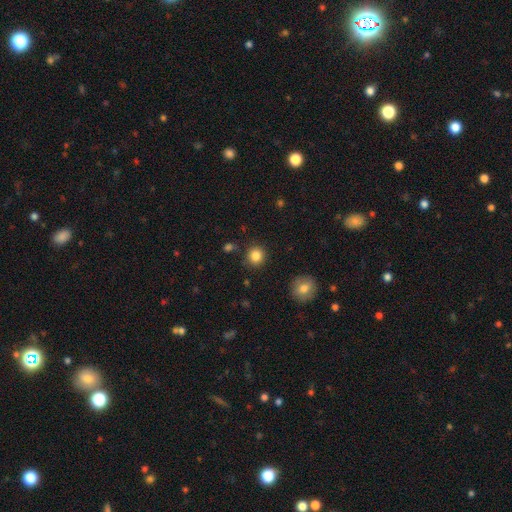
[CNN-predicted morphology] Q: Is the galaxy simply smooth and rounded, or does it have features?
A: smooth — 85%.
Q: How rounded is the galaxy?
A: round — 91%.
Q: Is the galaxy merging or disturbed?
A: none — 88%.